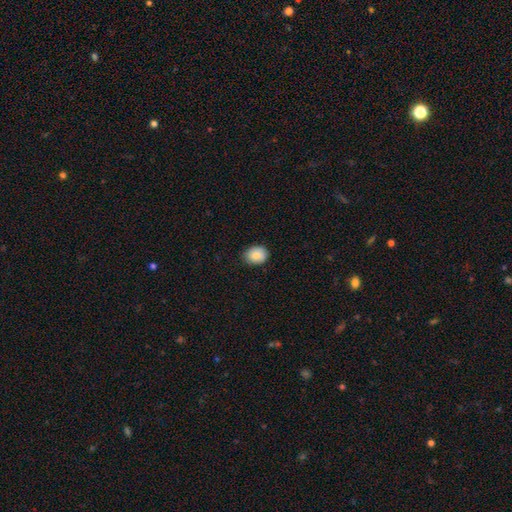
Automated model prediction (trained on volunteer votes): Smooth or featured? Predicted: smooth (p=0.86). How rounded? Predicted: round (p=0.57). Merging? Predicted: none (p=0.85).